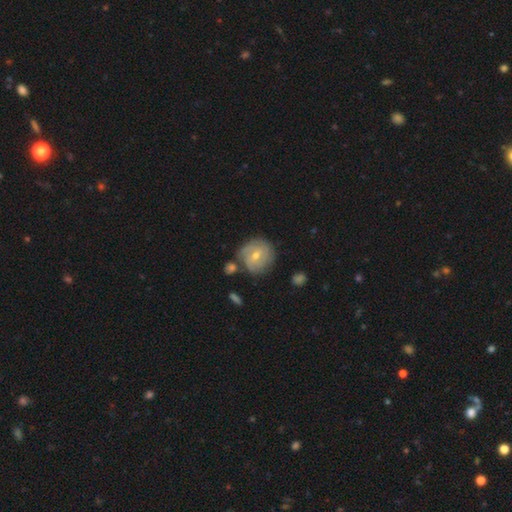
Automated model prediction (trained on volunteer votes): Smooth or featured: featured or disk — 58% (smooth — 35%)
Edge-on disk: no — 97% (yes — 3%)
Bar: no — 48% (weak — 45%)
Spiral arms: yes — 80% (no — 20%)
Bulge size: moderate — 52% (small — 45%)
Merging: none — 67% (minor disturbance — 18%)